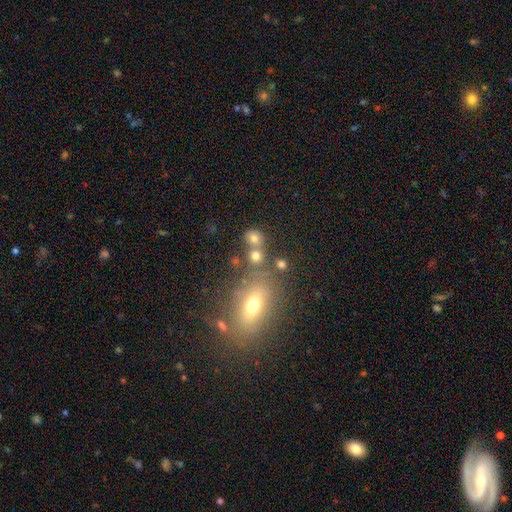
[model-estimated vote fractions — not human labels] smooth 71%, star or artifact 16%, featured or disk 13%. Down the decision tree: how rounded — round (74%); merging — none (54%).